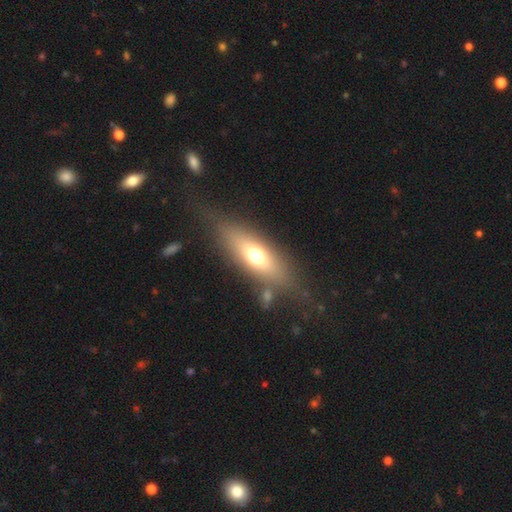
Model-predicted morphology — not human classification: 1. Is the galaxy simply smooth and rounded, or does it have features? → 60% smooth, 30% featured or disk, 10% star or artifact.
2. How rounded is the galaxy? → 64% in between, 30% cigar-shaped, 5% round.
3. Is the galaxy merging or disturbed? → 72% none, 15% minor disturbance, 9% major disturbance, 5% merger.